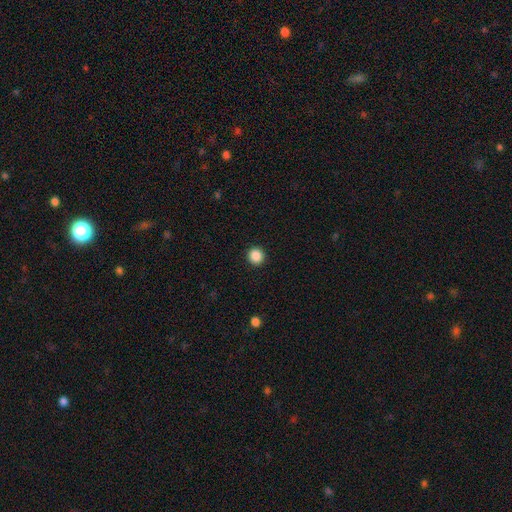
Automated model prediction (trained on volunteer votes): A smooth galaxy with no disk features (88%) that is round (94%).

Vote fractions:
- Smooth or featured? smooth: 88% / star or artifact: 10% / featured or disk: 3%
- How rounded? round: 94% / in between: 5% / cigar-shaped: 1%
- Merging? none: 93% / minor disturbance: 4% / major disturbance: 2% / merger: 1%